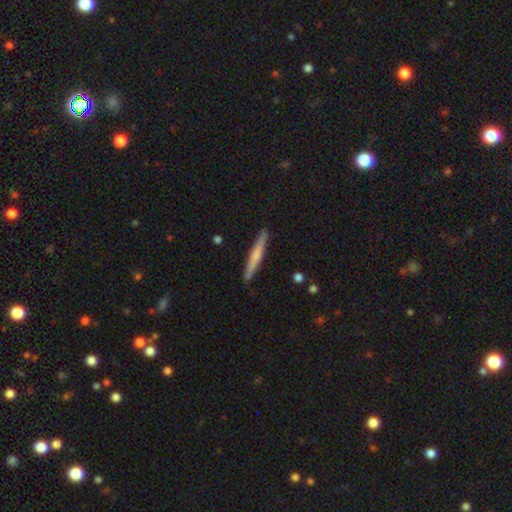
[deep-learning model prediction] Smooth or featured? smooth (56%)
How rounded? cigar-shaped (96%)
Merging? none (89%)